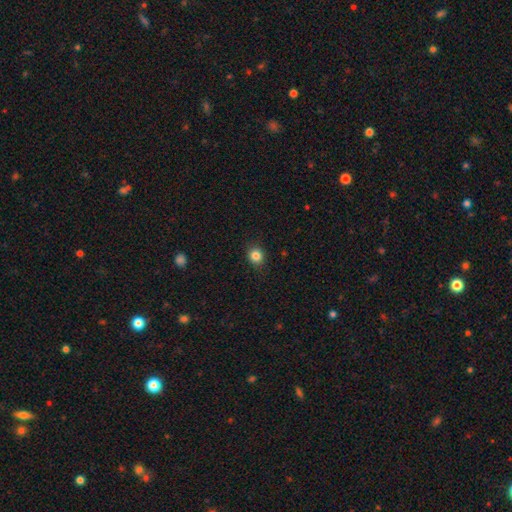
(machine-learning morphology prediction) type=smooth (84%); roundness=round (78%); merging=none (88%).